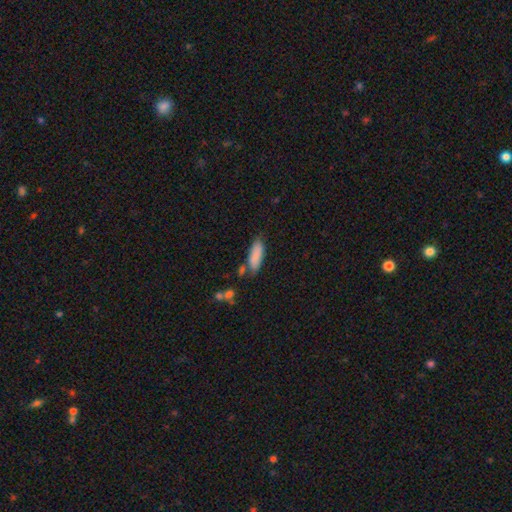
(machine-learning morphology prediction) smooth 85%, featured or disk 8%, star or artifact 7%. Down the decision tree: how rounded — in between (62%); merging — none (65%).